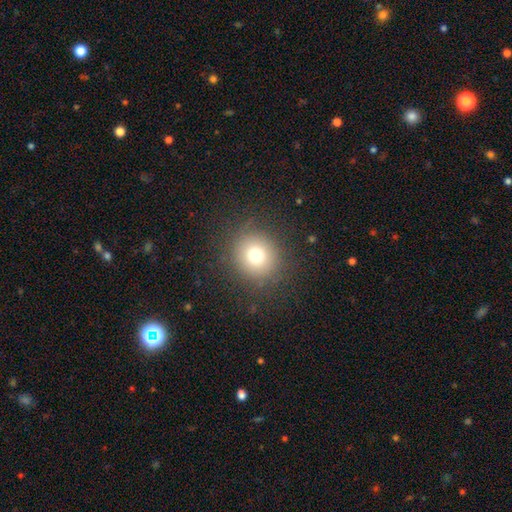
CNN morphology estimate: Smooth or featured: smooth — 74% (star or artifact — 16%)
How rounded: round — 88% (in between — 11%)
Merging: none — 86% (minor disturbance — 8%)